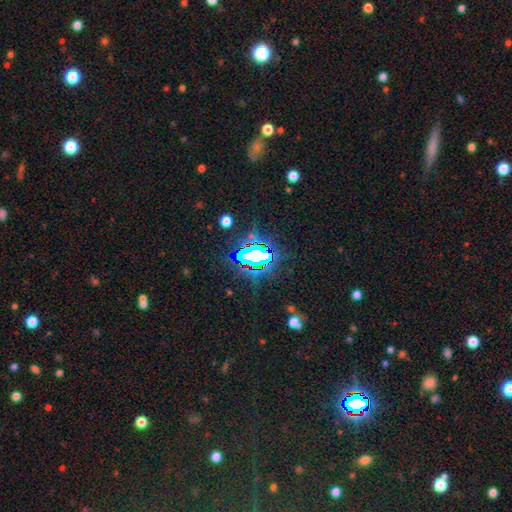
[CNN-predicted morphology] The model was most divided on "smooth or featured": star or artifact: 71%, smooth: 16%, featured or disk: 13%.